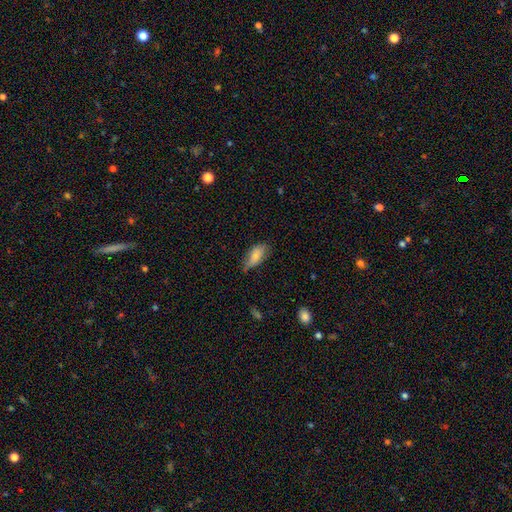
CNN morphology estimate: Smooth or featured? smooth (76%)
How rounded? in between (87%)
Merging? none (56%)